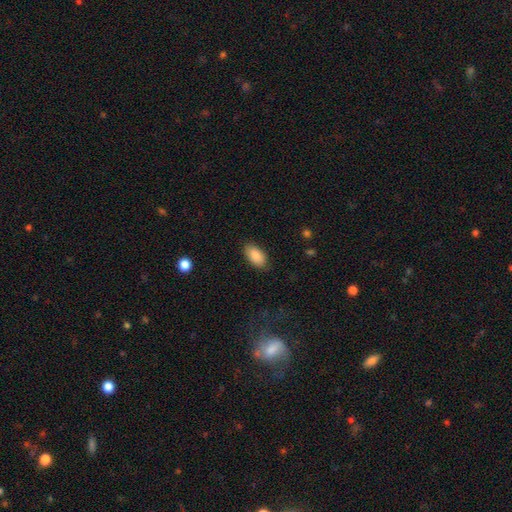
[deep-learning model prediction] Q: Smooth or featured?
A: smooth (89%); runner-up: star or artifact (6%)
Q: How rounded?
A: in between (94%); runner-up: round (3%)
Q: Merging?
A: none (85%); runner-up: minor disturbance (11%)